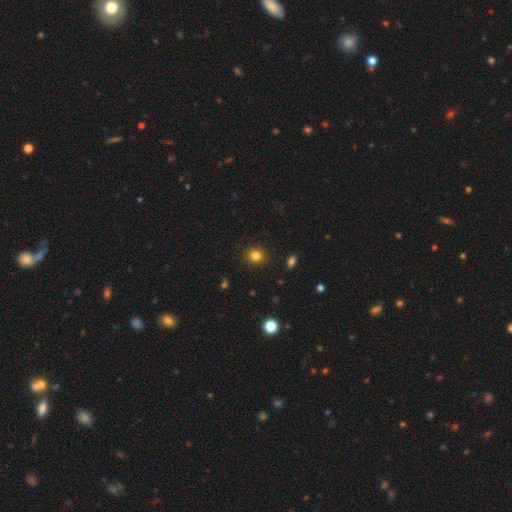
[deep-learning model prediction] Smooth or featured? smooth (82%)
How rounded? round (75%)
Merging? none (90%)